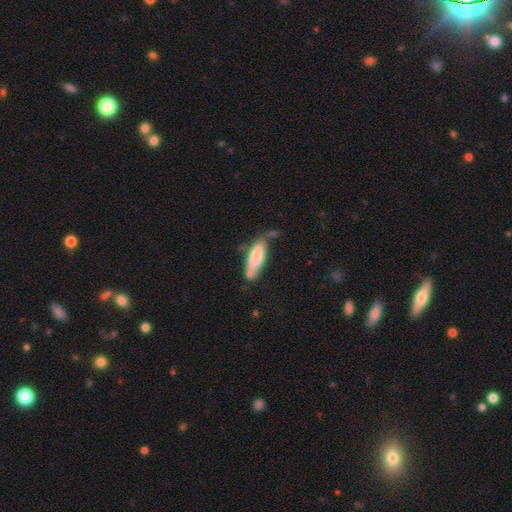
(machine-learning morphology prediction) type=smooth (73%); roundness=in between (55%); merging=none (37%).